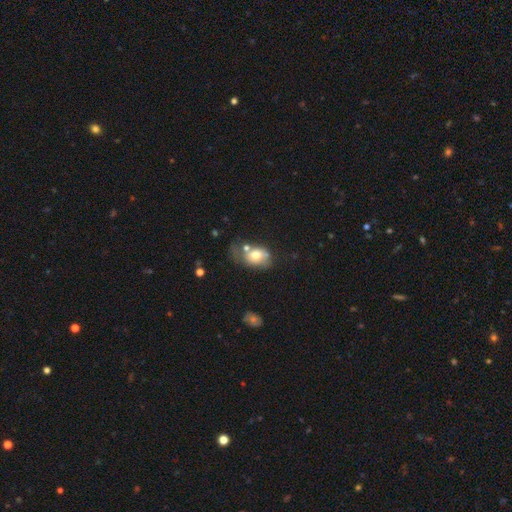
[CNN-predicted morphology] The model was most divided on "merging": none: 29%, merger: 27%, minor disturbance: 24%, major disturbance: 20%. More confident: how rounded — in between (69%); smooth or featured — smooth (67%).